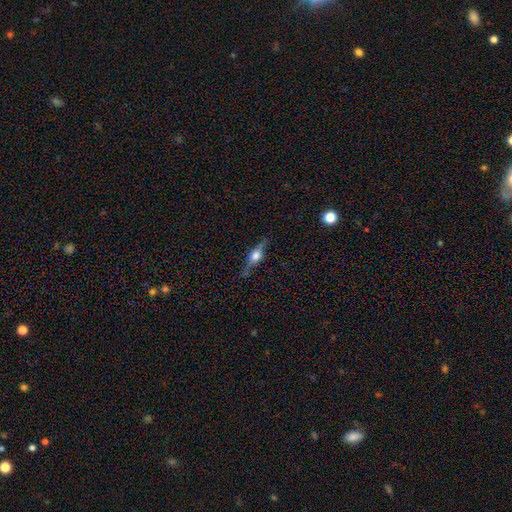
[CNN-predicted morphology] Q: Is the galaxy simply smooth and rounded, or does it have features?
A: featured or disk — 65%.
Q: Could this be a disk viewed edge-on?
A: yes — 95%.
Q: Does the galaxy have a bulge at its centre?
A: rounded — 91%.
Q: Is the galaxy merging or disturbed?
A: none — 80%.